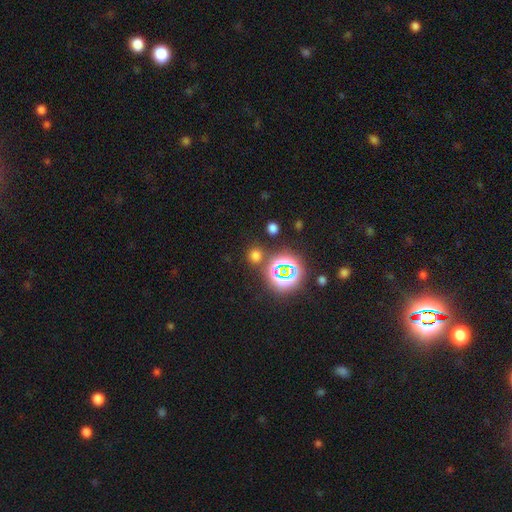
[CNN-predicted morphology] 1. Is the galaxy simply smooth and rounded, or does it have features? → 60% smooth, 34% star or artifact, 6% featured or disk.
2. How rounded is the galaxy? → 86% round, 13% in between, 1% cigar-shaped.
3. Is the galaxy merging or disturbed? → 80% none, 8% merger, 8% minor disturbance, 4% major disturbance.